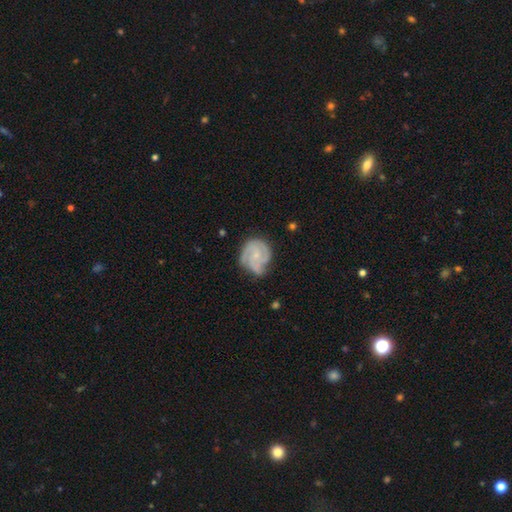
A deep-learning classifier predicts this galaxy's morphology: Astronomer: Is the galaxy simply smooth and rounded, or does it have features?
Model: featured or disk — 80%.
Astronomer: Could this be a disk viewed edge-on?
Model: no — 98%.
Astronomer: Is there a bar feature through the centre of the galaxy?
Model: no — 69%.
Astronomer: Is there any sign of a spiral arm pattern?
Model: yes — 96%.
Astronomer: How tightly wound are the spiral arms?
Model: tight — 58% (runner-up: medium, 35%).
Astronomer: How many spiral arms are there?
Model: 3 — 56%.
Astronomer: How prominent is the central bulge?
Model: small — 67%.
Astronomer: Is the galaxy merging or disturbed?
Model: none — 64%.